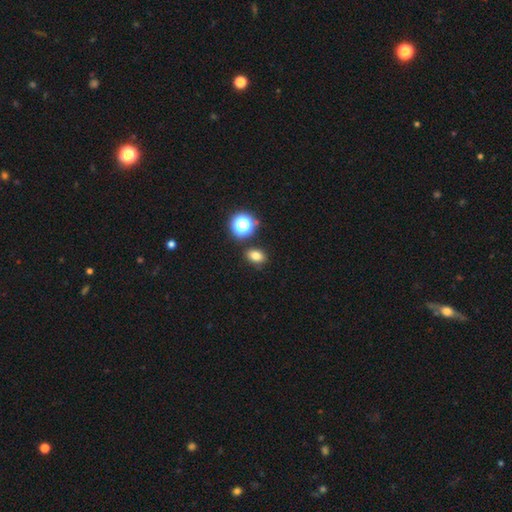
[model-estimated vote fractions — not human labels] The model was most divided on "how rounded": in between: 70%, round: 29%, cigar-shaped: 1%. More confident: merging — none (83%); smooth or featured — smooth (76%).